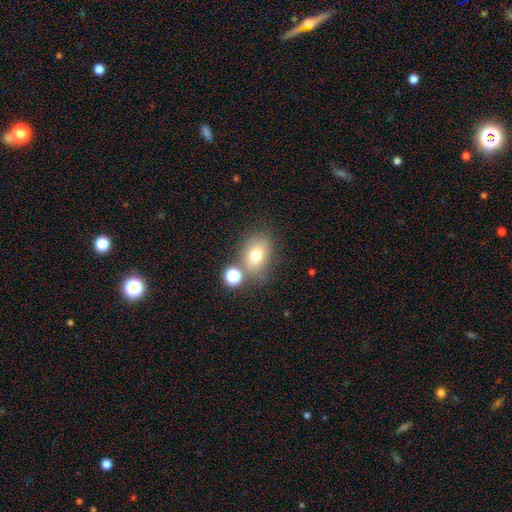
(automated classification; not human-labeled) Smooth or featured? smooth (72%)
How rounded? in between (68%)
Merging? none (63%)